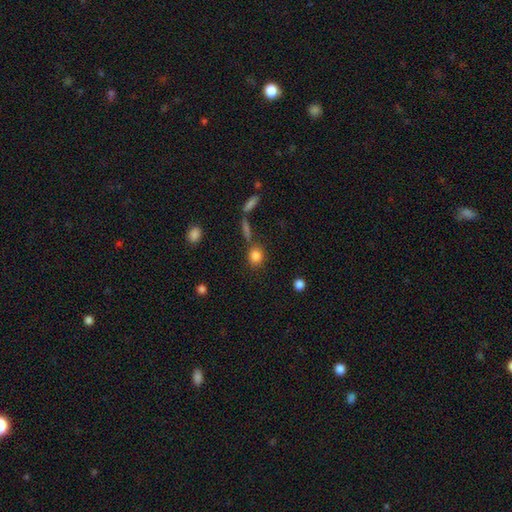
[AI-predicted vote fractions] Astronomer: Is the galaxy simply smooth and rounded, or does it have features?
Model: smooth — 83%.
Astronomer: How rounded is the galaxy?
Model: round — 68%.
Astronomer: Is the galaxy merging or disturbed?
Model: none — 72%.